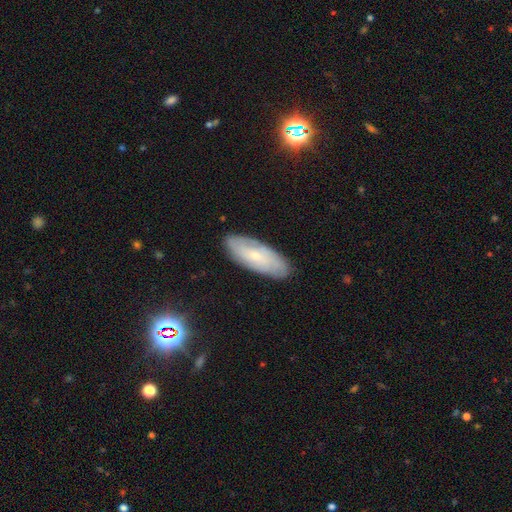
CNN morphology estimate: featured or disk 50%, smooth 41%, star or artifact 9%. Down the decision tree: merging — none (84%).